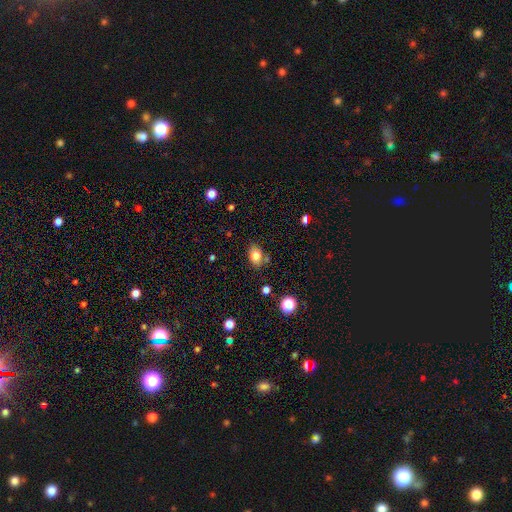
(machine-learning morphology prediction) A smooth galaxy with no disk features (80%) that is in between round and cigar-shaped (74%). Merging: none (75%).